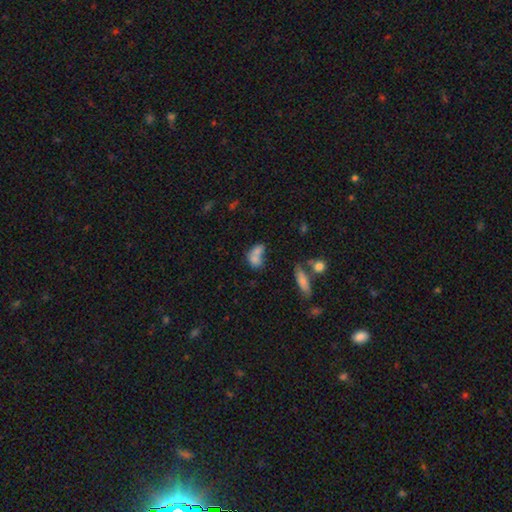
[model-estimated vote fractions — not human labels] Overall: smooth (73%). How rounded: in between (73%). Merging: merger (60%; none 24%).